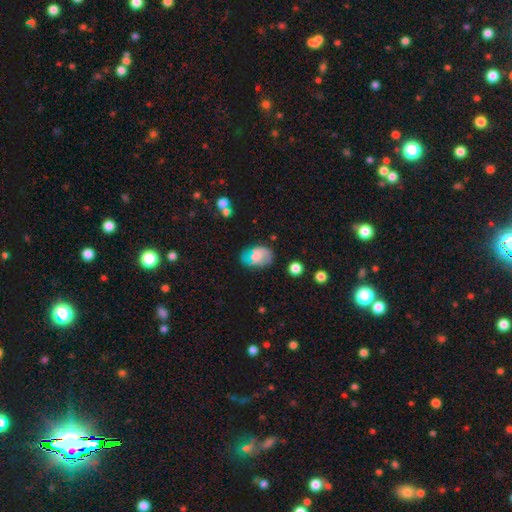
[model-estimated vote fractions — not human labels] Smooth or featured: smooth — 52% (featured or disk — 37%)
How rounded: in between — 79% (round — 20%)
Merging: none — 54% (minor disturbance — 27%)